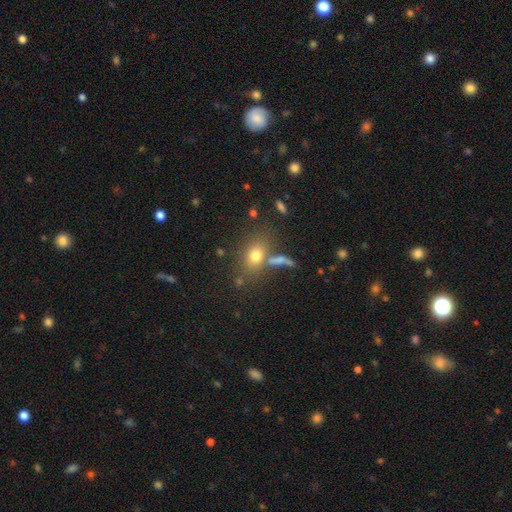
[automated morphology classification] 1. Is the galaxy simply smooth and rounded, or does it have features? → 72% smooth, 14% featured or disk, 14% star or artifact.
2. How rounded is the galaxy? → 63% in between, 33% round, 3% cigar-shaped.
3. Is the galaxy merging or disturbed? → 64% none, 15% merger, 13% minor disturbance, 7% major disturbance.